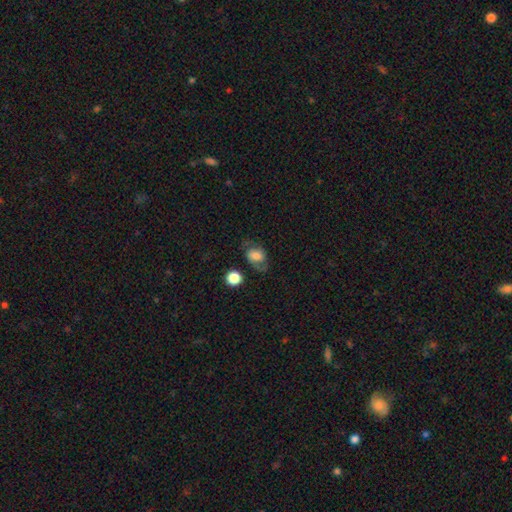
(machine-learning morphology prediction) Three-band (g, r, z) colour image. It shows a smooth galaxy with no disk features (53%) that is in between round and cigar-shaped (63%). Merging: none (56%).